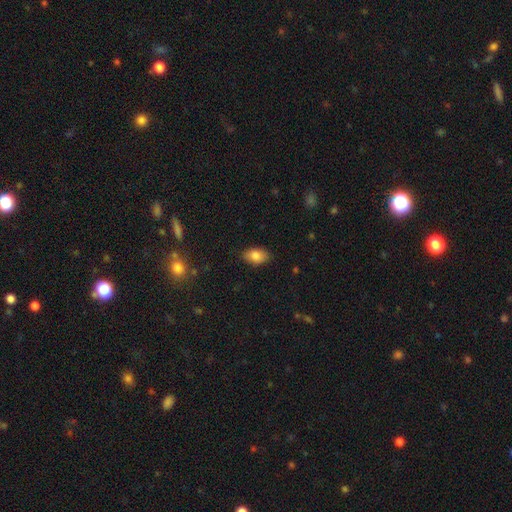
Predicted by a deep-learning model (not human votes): This appears to be a smooth galaxy with no disk features (82%) that is in between round and cigar-shaped (87%). Merging: none (85%).